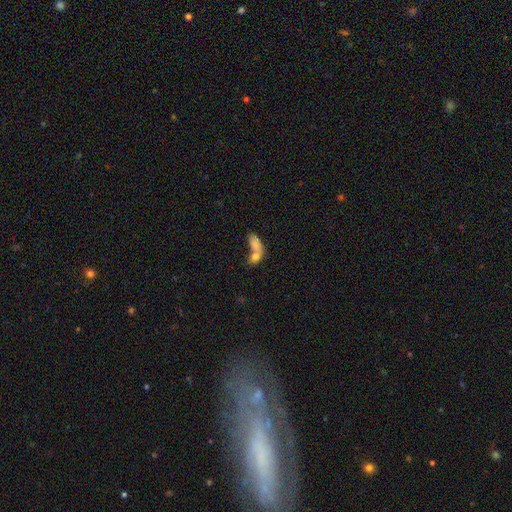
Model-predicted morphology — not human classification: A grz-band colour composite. It shows a smooth galaxy with no disk features (74%) that is in between round and cigar-shaped (78%). Merging: merger (70%).